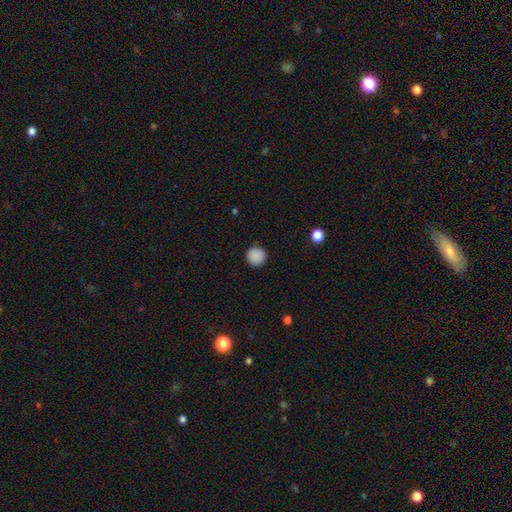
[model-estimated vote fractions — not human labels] A smooth galaxy with no disk features (88%) that is round (94%). Merging: none (90%).